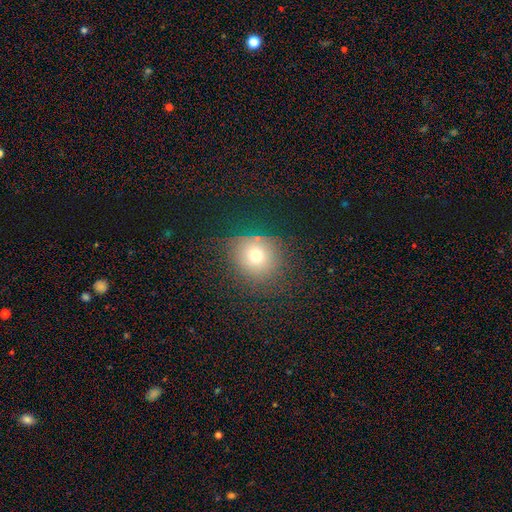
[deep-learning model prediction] This is likely a smooth galaxy (69%). How rounded: clearly round (81%). Merging: likely none (78%).